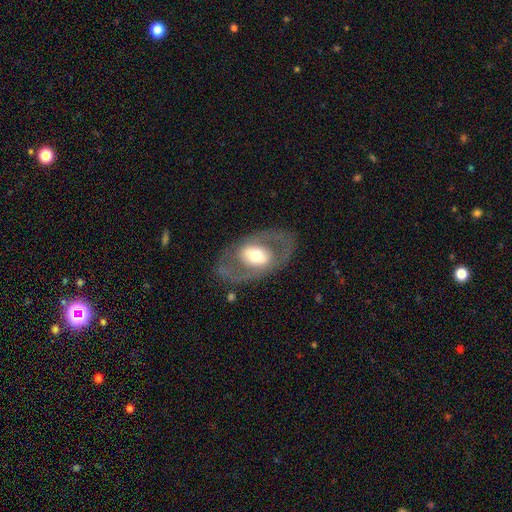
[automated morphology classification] Q: Smooth or featured?
A: featured or disk (65%); runner-up: smooth (29%)
Q: Edge-on disk?
A: no (91%); runner-up: yes (9%)
Q: Bar?
A: no (47%); runner-up: weak (29%)
Q: Spiral arms?
A: no (61%); runner-up: yes (39%)
Q: Bulge size?
A: moderate (58%); runner-up: large (29%)
Q: Merging?
A: none (76%); runner-up: minor disturbance (12%)